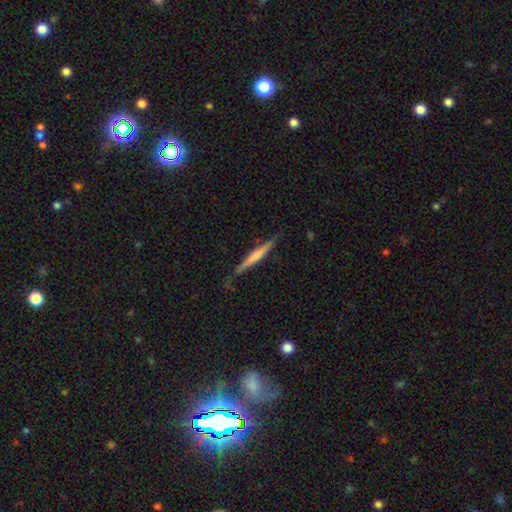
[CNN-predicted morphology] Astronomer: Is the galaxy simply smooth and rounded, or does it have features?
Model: featured or disk — 50% (runner-up: smooth, 45%).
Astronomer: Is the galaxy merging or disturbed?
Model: none — 79%.